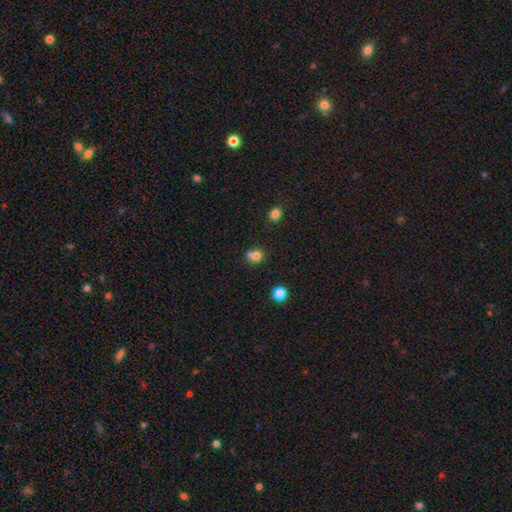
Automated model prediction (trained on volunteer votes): A smooth galaxy with no disk features (74%) that is round (78%). Merging: merger (46%).